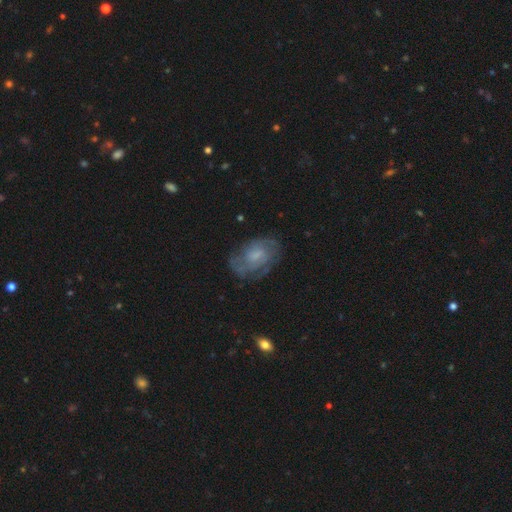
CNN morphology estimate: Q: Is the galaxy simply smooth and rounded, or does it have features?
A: featured or disk — 68%.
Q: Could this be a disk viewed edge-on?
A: no — 96%.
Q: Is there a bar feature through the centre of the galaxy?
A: no — 55%.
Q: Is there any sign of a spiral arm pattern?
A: yes — 86%.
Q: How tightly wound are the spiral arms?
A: tight — 46%.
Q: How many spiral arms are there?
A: can't tell — 38%.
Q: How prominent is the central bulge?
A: small — 38%.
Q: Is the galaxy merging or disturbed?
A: none — 68%.